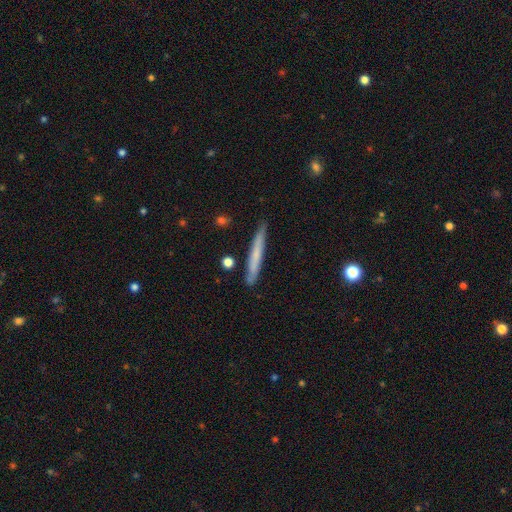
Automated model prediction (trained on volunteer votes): Q: Smooth or featured?
A: smooth (61%); runner-up: featured or disk (33%)
Q: How rounded?
A: cigar-shaped (96%); runner-up: in between (2%)
Q: Merging?
A: none (85%); runner-up: minor disturbance (11%)